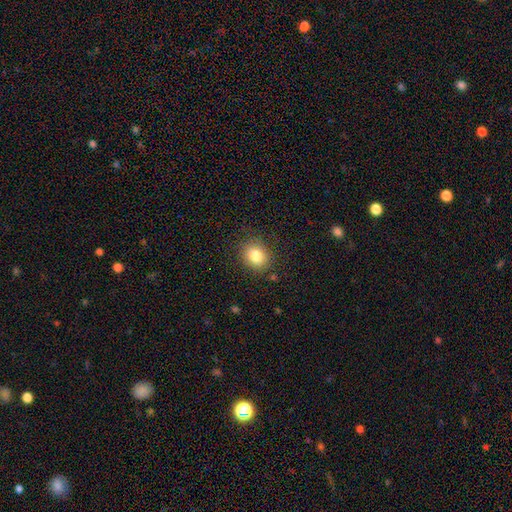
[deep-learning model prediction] A smooth galaxy with no disk features (83%) that is round (67%).

Vote fractions:
- Smooth or featured? smooth: 83% / star or artifact: 10% / featured or disk: 7%
- How rounded? round: 67% / in between: 32% / cigar-shaped: 1%
- Merging? none: 85% / minor disturbance: 10% / major disturbance: 3% / merger: 1%